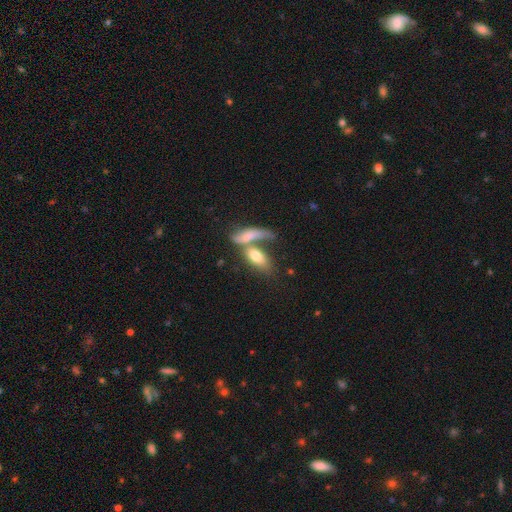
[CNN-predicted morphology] Smooth or featured?
  - smooth: 70% *
  - featured or disk: 23%
  - star or artifact: 7%
How rounded?
  - in between: 77% *
  - cigar-shaped: 19%
  - round: 4%
Merging?
  - merger: 56% *
  - none: 27%
  - minor disturbance: 10%
  - major disturbance: 8%